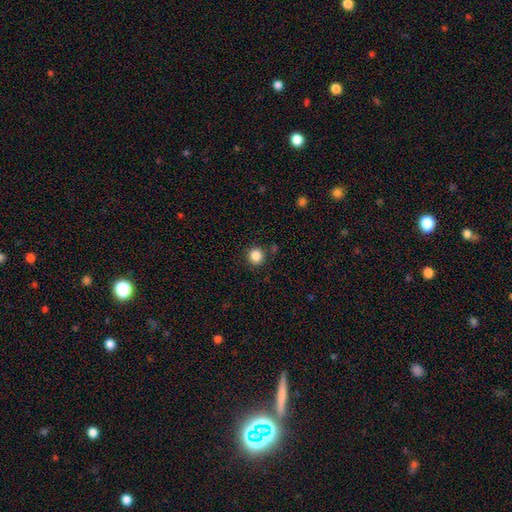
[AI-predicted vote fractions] smooth_or_featured: smooth (p=0.86) [alt: star or artifact p=0.11]
how_rounded: round (p=0.93) [alt: in between p=0.06]
merging: none (p=0.88) [alt: minor disturbance p=0.07]